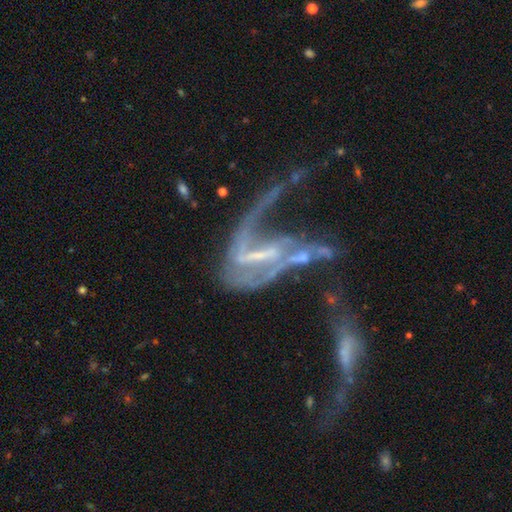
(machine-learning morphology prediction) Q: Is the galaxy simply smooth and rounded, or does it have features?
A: featured or disk — 81%.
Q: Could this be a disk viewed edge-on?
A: no — 95%.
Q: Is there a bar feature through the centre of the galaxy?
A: strong — 44%.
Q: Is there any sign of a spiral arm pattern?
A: yes — 73%.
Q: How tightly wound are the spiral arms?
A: loose — 69%.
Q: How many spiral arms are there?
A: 2 — 39%.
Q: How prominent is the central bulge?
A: none — 37%, tied with small.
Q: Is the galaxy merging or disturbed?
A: major disturbance — 50%.